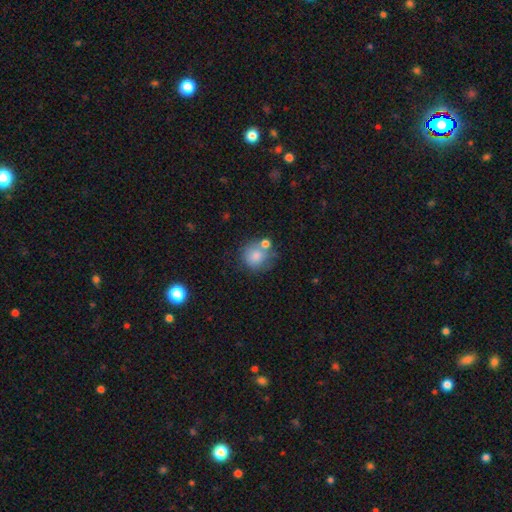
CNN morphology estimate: A smooth galaxy with no disk features (80%) that is round (86%).

Vote fractions:
- Smooth or featured? smooth: 80% / featured or disk: 11% / star or artifact: 9%
- How rounded? round: 86% / in between: 13% / cigar-shaped: 1%
- Merging? none: 52% / merger: 23% / minor disturbance: 17% / major disturbance: 8%